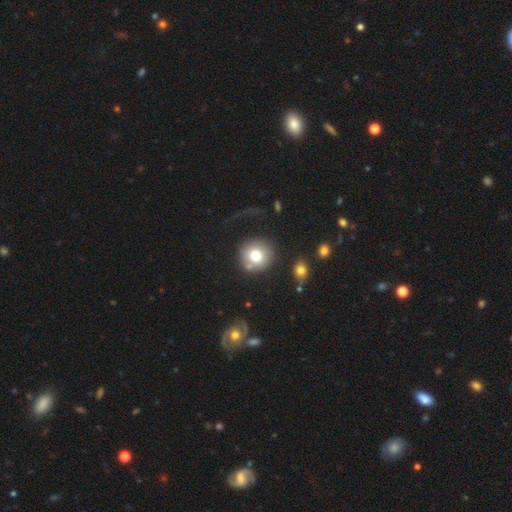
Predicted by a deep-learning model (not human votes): Smooth or featured?
  - smooth: 75% *
  - featured or disk: 15%
  - star or artifact: 10%
How rounded?
  - round: 93% *
  - in between: 6%
  - cigar-shaped: 1%
Merging?
  - none: 71% *
  - minor disturbance: 13%
  - major disturbance: 10%
  - merger: 6%